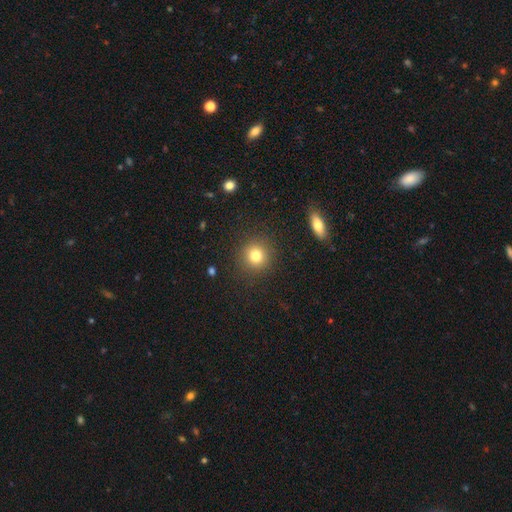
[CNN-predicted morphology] This is likely a smooth galaxy (80%). How rounded: clearly round (91%). Merging: clearly none (89%).